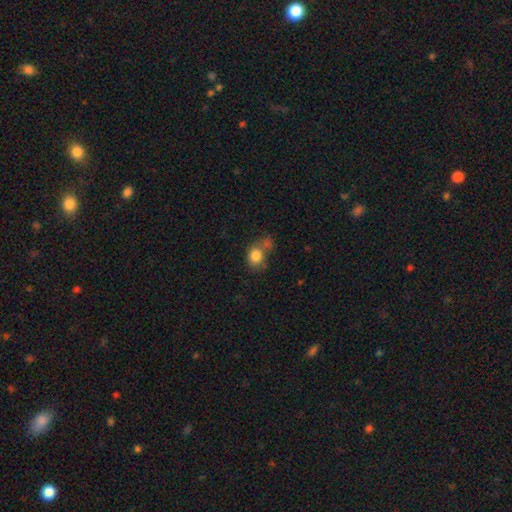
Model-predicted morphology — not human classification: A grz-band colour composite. It shows a smooth galaxy with no disk features (82%) that is round (63%). Merging: none (44%).